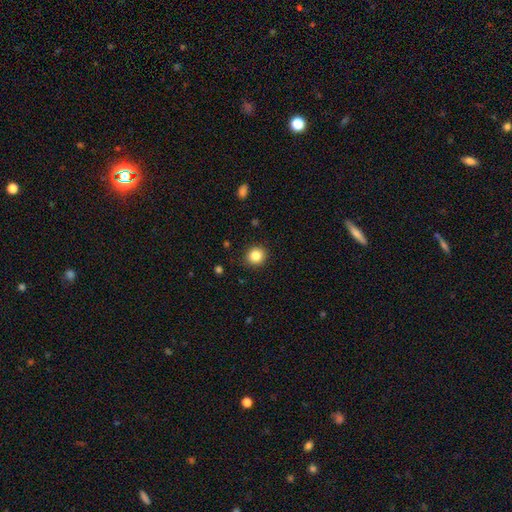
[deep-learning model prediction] Smooth or featured: smooth — 85% (star or artifact — 10%)
How rounded: round — 88% (in between — 11%)
Merging: none — 90% (minor disturbance — 7%)